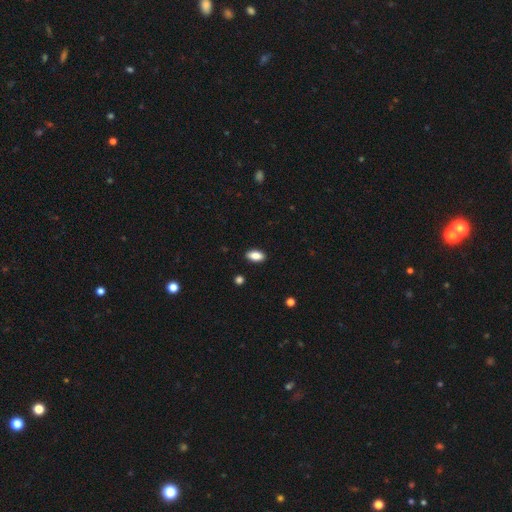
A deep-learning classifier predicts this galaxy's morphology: Smooth or featured: smooth — 86% (star or artifact — 7%)
How rounded: in between — 90% (cigar-shaped — 7%)
Merging: none — 88% (minor disturbance — 9%)